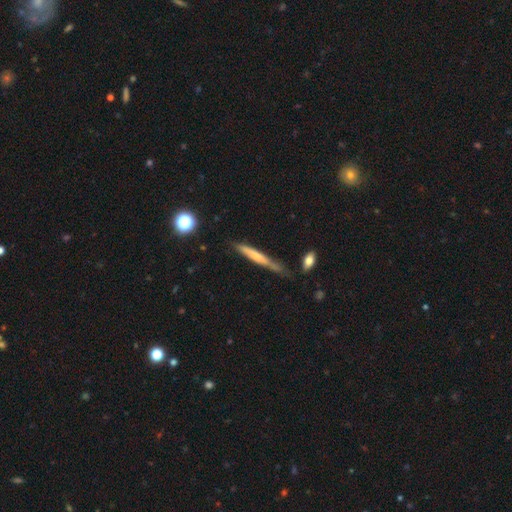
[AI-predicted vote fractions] Smooth or featured: smooth — 56% (featured or disk — 37%)
How rounded: cigar-shaped — 94% (in between — 4%)
Merging: none — 64% (minor disturbance — 22%)